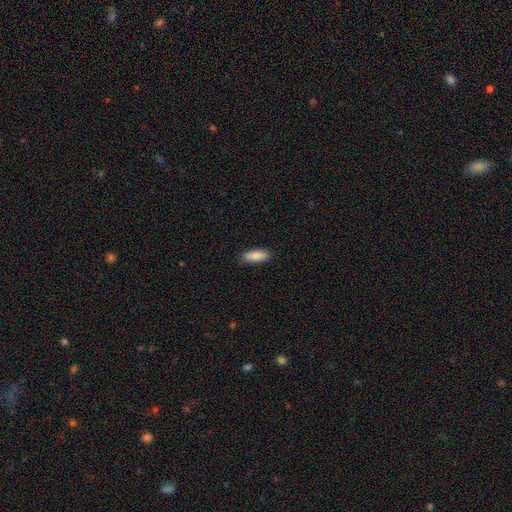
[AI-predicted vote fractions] This is clearly a smooth galaxy (88%). How rounded: likely in between (68%). Merging: clearly none (87%).